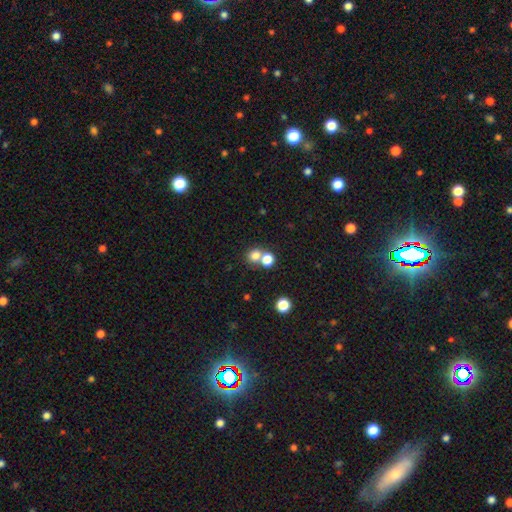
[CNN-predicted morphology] smooth_or_featured: smooth (p=0.77) [alt: star or artifact p=0.15]
how_rounded: round (p=0.82) [alt: in between p=0.17]
merging: none (p=0.49) [alt: merger p=0.42]